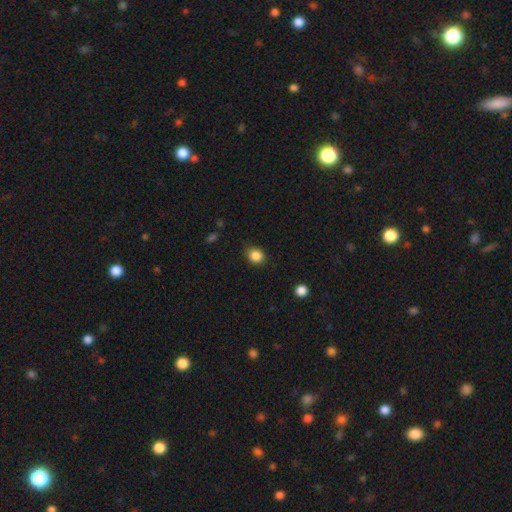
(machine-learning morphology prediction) Smooth or featured? smooth (86%)
How rounded? round (68%)
Merging? none (79%)